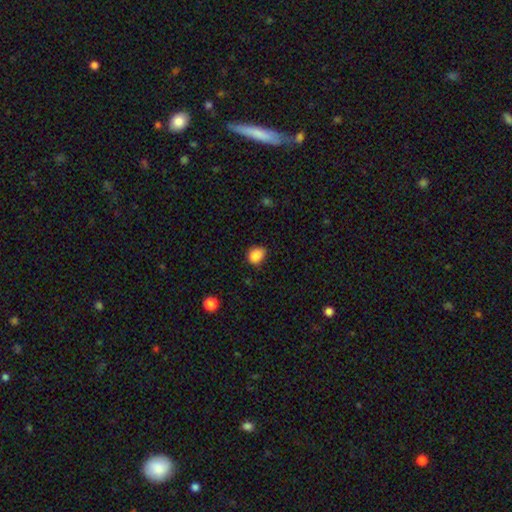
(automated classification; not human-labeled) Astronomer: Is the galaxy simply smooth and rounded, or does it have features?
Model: smooth — 86%.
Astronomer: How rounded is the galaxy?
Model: round — 50% (runner-up: in between, 49%).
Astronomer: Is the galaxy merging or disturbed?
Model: none — 67%.